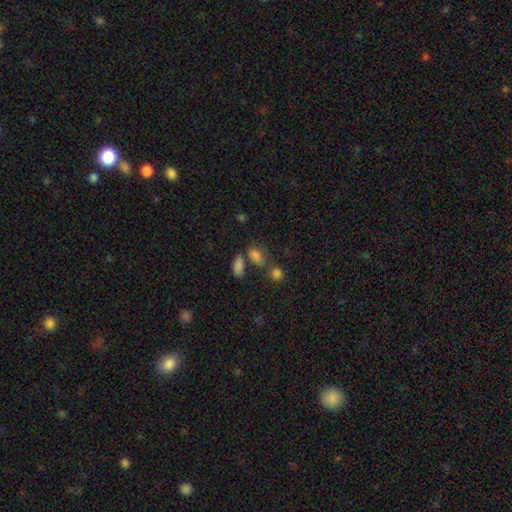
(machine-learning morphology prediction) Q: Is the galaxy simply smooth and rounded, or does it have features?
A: smooth — 80%.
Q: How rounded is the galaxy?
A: in between — 82%.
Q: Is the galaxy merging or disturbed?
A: none — 53%.